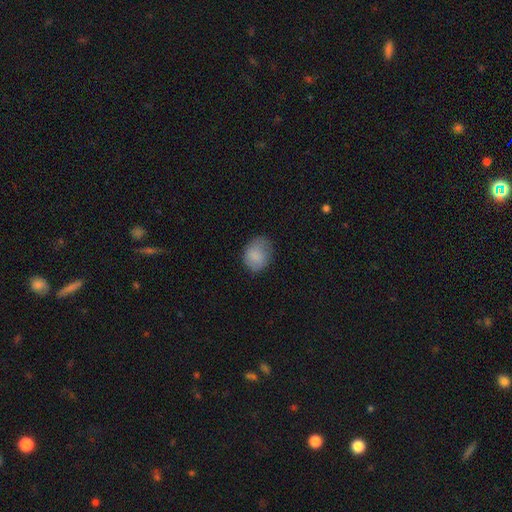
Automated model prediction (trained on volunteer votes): The model was most divided on "how rounded": in between: 54%, round: 45%, cigar-shaped: 1%. More confident: smooth or featured — smooth (84%); merging — none (57%).